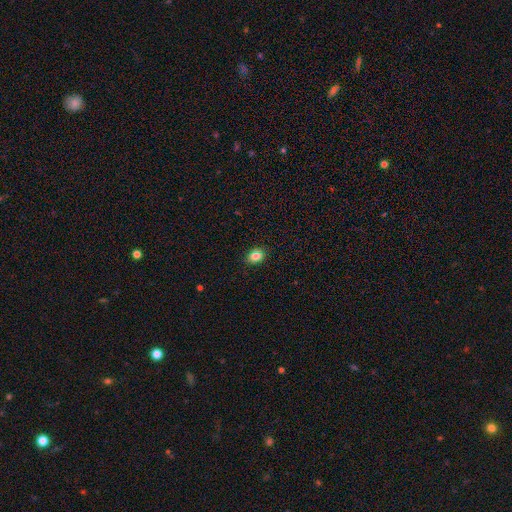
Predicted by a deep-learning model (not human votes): Smooth or featured? smooth (80%)
How rounded? in between (60%)
Merging? none (87%)